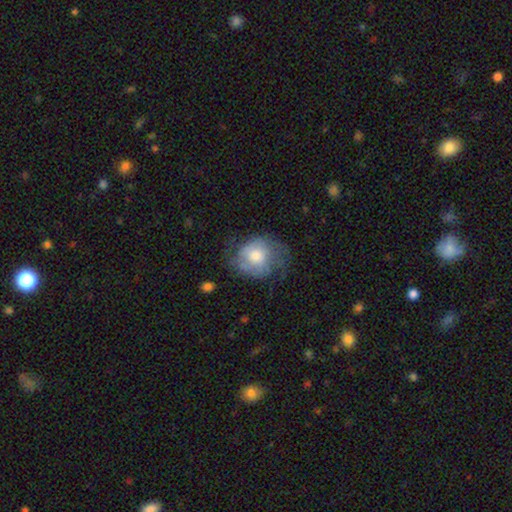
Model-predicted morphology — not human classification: A smooth galaxy with no disk features (56%) that is round (64%). Merging: none (46%).